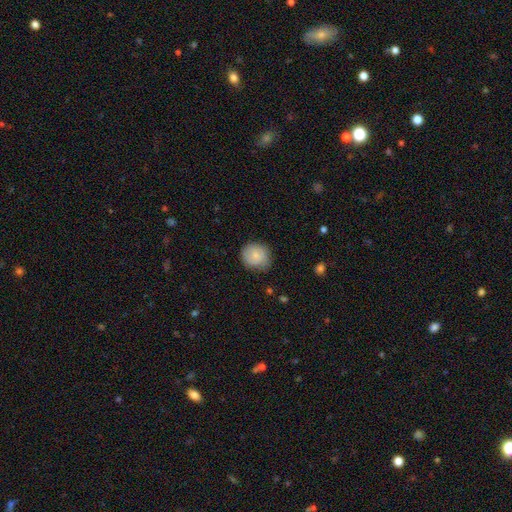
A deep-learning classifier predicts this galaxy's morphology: Smooth or featured?
  - smooth: 79% *
  - featured or disk: 14%
  - star or artifact: 7%
How rounded?
  - round: 83% *
  - in between: 16%
  - cigar-shaped: 1%
Merging?
  - none: 70% *
  - minor disturbance: 25%
  - major disturbance: 5%
  - merger: 1%